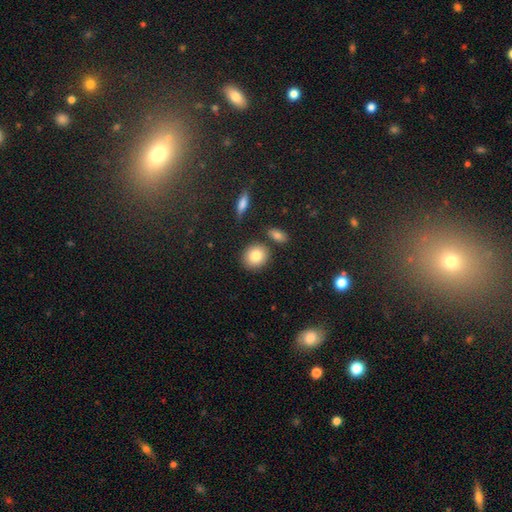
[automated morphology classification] A smooth galaxy with no disk features (84%) that is round (68%). Merging: none (81%).